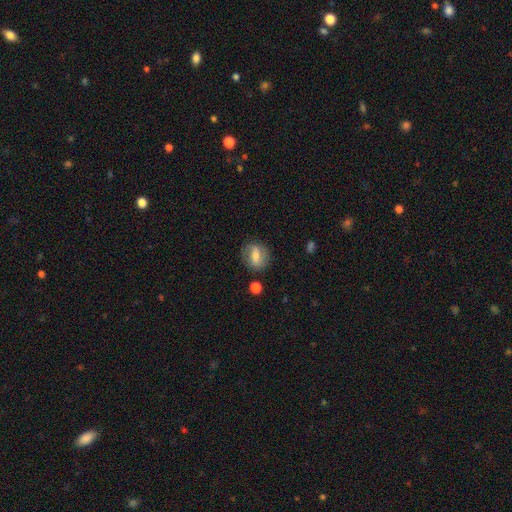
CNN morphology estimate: smooth_or_featured: smooth (p=0.55) [alt: featured or disk p=0.36]
how_rounded: in between (p=0.49) [alt: round p=0.47]
merging: none (p=0.76) [alt: minor disturbance p=0.16]